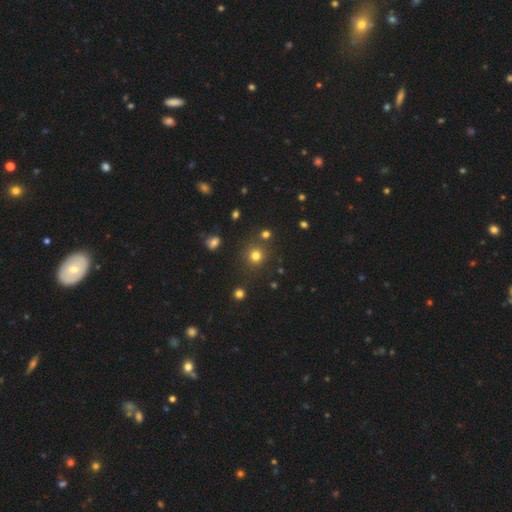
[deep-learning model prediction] smooth-or-featured: smooth: 76% | star or artifact: 18% | featured or disk: 6%
  how-rounded: round: 91% | in between: 8% | cigar-shaped: 1%
  merging: none: 84% | minor disturbance: 8% | merger: 5% | major disturbance: 3%